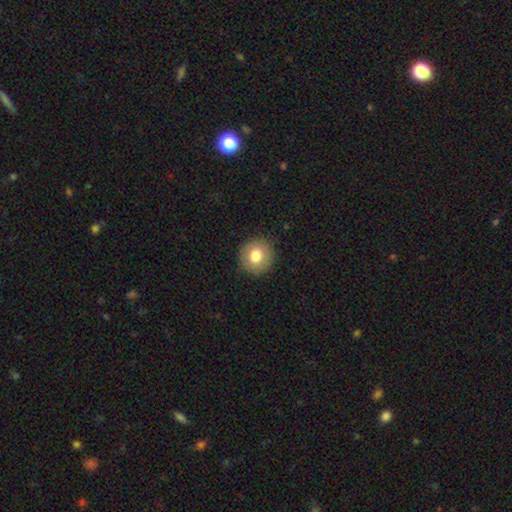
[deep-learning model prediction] smooth_or_featured: smooth (p=0.78) [alt: featured or disk p=0.13]
how_rounded: round (p=0.91) [alt: in between p=0.08]
merging: none (p=0.90) [alt: minor disturbance p=0.07]